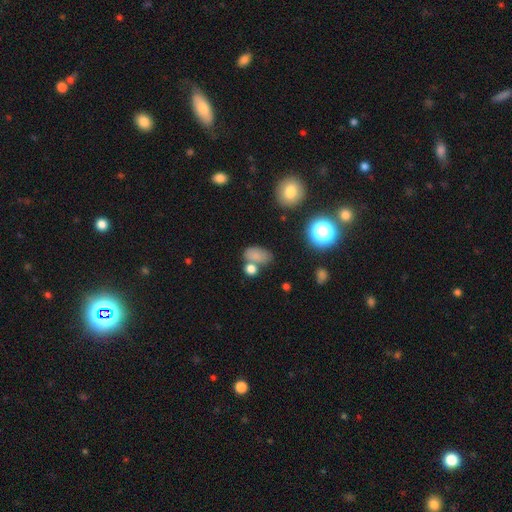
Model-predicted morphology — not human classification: Smooth or featured: smooth — 76% (star or artifact — 15%)
How rounded: in between — 82% (round — 15%)
Merging: none — 50% (merger — 23%)